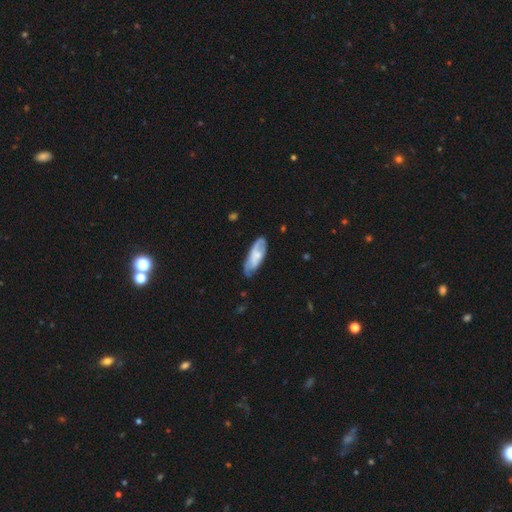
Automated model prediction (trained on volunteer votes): The model was most divided on "smooth or featured" (2-way tie): smooth: 47%, featured or disk: 47%, star or artifact: 6%. More confident: merging — none (65%).